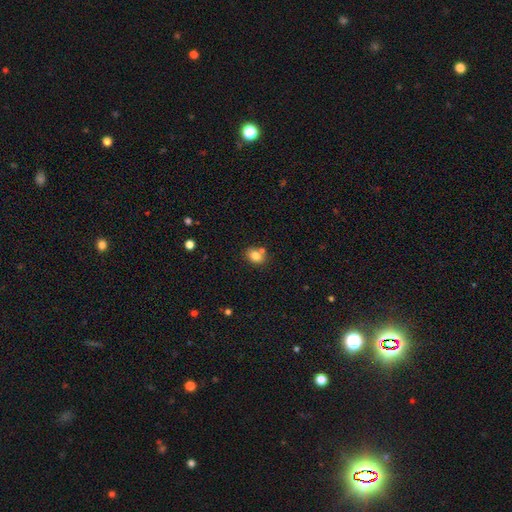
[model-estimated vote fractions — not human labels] A smooth galaxy with no disk features (80%) that is in between round and cigar-shaped (59%). Merging: none (65%).